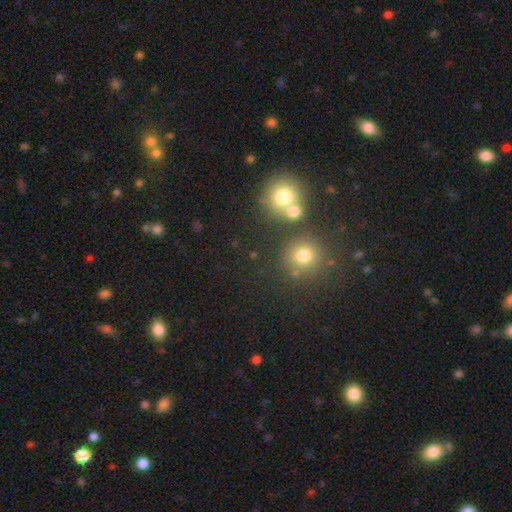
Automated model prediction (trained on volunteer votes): smooth-or-featured: smooth: 54% | star or artifact: 38% | featured or disk: 8%
  how-rounded: round: 90% | in between: 9% | cigar-shaped: 1%
  merging: none: 73% | merger: 17% | minor disturbance: 7% | major disturbance: 3%